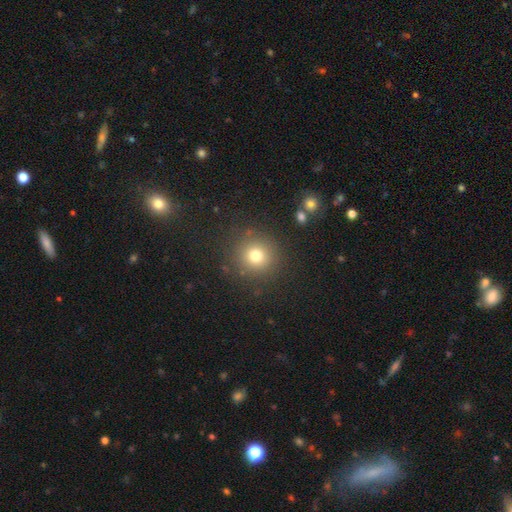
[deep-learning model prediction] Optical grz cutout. It shows a smooth galaxy with no disk features (76%) that is round (93%). Merging: none (87%).